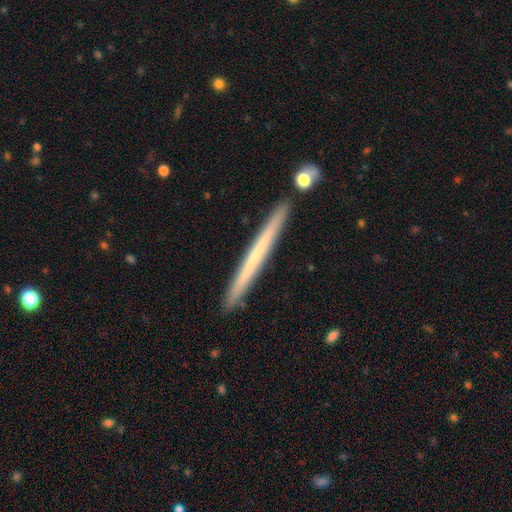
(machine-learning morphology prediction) Smooth or featured: smooth — 49% (featured or disk — 45%)
Merging: none — 92% (minor disturbance — 6%)